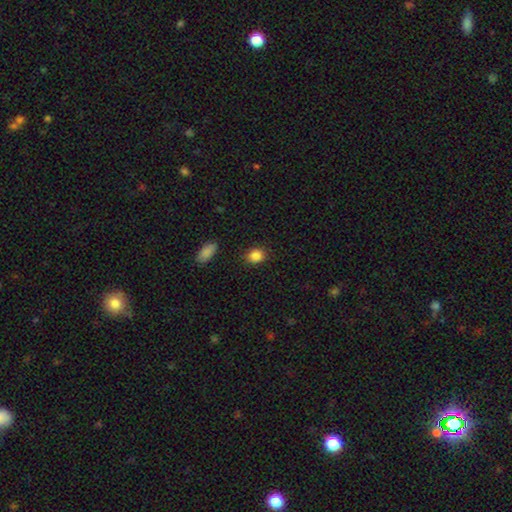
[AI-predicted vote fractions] Q: Smooth or featured?
A: smooth (86%); runner-up: star or artifact (9%)
Q: How rounded?
A: round (59%); runner-up: in between (40%)
Q: Merging?
A: none (87%); runner-up: minor disturbance (9%)